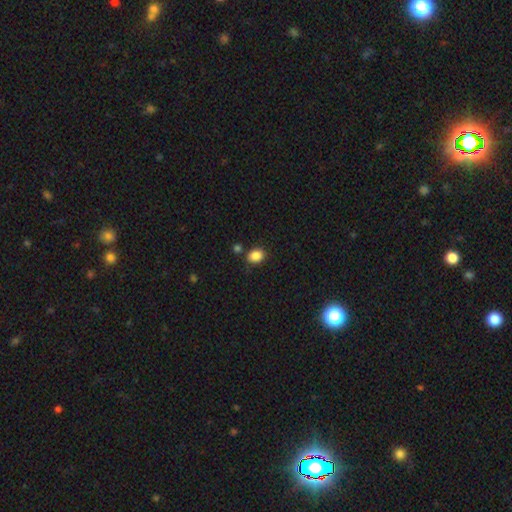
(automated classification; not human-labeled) The model was most divided on "how rounded": in between: 59%, round: 40%, cigar-shaped: 1%. More confident: smooth or featured — smooth (86%); merging — none (78%).